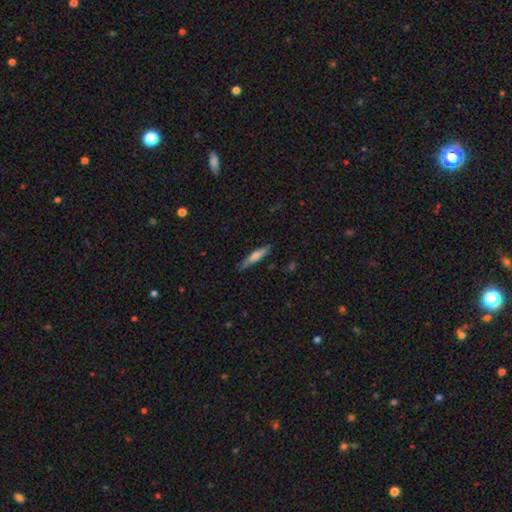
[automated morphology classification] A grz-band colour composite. It shows a smooth galaxy with no disk features (65%) that is cigar-shaped (85%). Merging: none (79%).